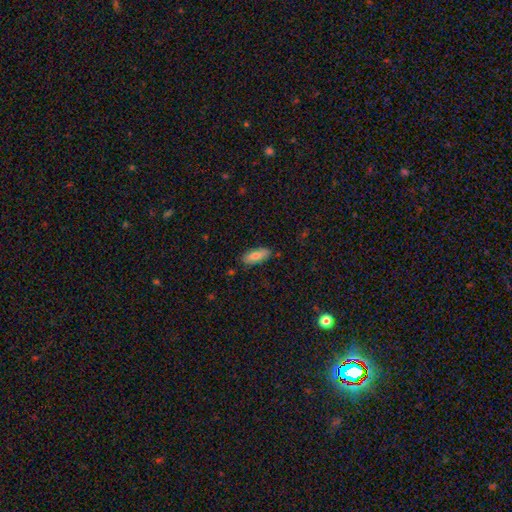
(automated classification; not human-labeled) This appears to be a smooth galaxy with no disk features (80%) that is in between round and cigar-shaped (76%). Merging: none (83%).